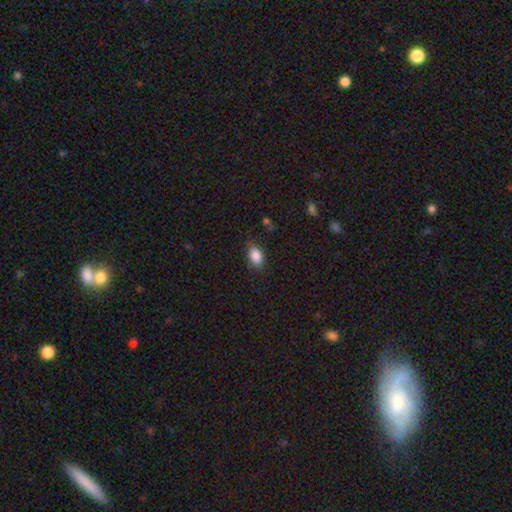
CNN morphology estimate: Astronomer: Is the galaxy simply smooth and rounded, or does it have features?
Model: smooth — 87%.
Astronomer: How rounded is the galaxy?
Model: in between — 86%.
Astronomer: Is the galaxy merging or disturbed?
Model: none — 75%.